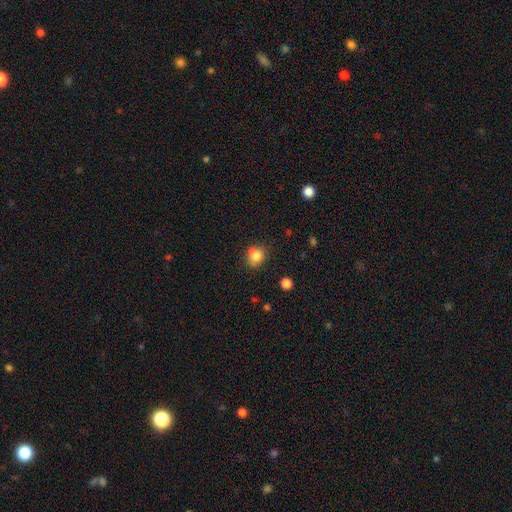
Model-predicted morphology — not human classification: type=smooth (83%); roundness=round (73%); merging=none (71%).